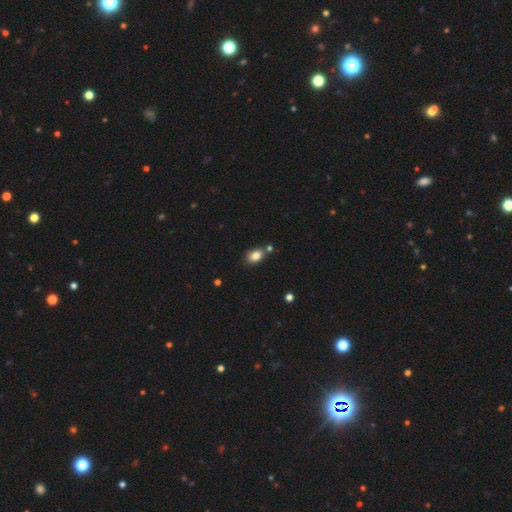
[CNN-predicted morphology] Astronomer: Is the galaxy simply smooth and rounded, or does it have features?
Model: smooth — 83%.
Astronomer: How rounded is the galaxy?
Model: in between — 76%.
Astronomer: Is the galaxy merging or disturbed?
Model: none — 69%.